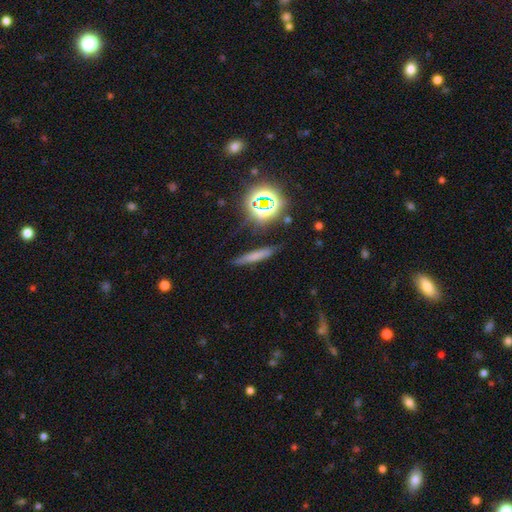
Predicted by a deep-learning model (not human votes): Morphology: type=smooth (60%); roundness=cigar-shaped (87%); merging=none (82%).